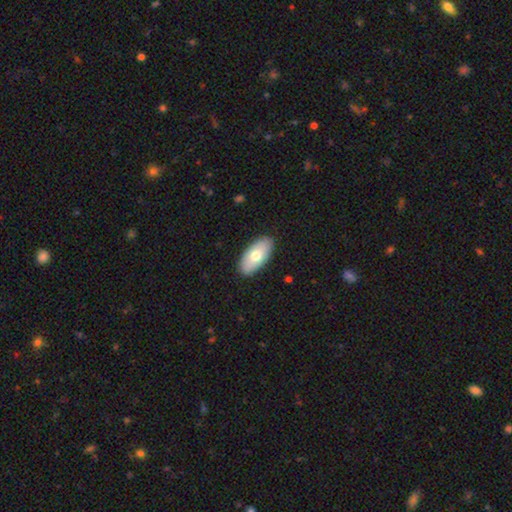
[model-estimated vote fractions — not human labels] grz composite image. It shows a smooth galaxy with no disk features (69%) that is in between round and cigar-shaped (93%). Merging: none (89%).